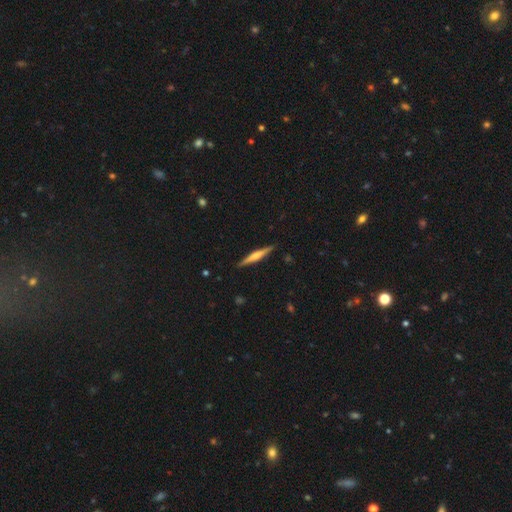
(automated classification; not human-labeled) Smooth or featured: featured or disk — 63% (smooth — 31%)
Edge-on disk: yes — 98% (no — 2%)
Edge-on bulge: rounded — 73% (boxy — 14%)
Merging: none — 91% (minor disturbance — 7%)